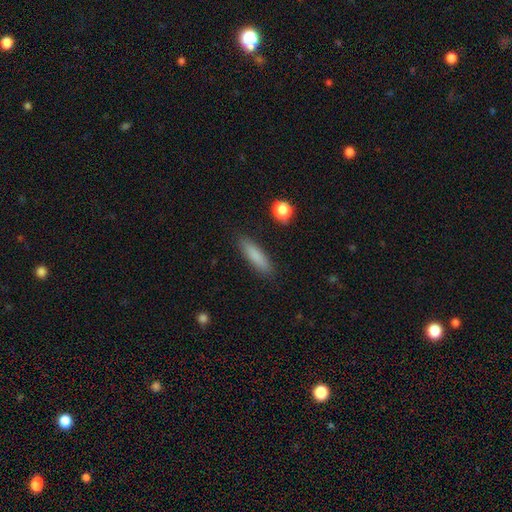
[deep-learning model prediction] This appears to be a smooth galaxy with no disk features (84%) that is cigar-shaped (71%). Merging: none (88%).